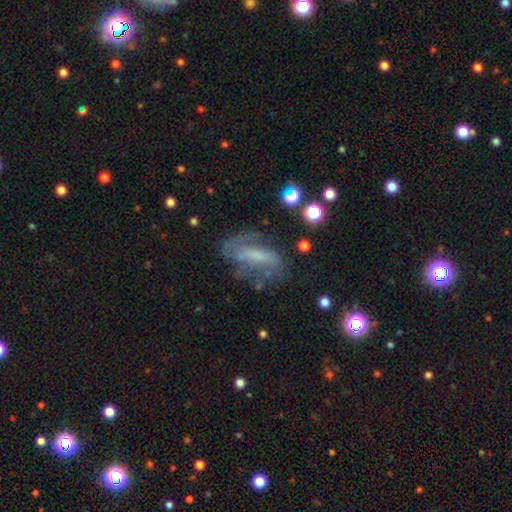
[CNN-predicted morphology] Q: Smooth or featured?
A: featured or disk (61%); runner-up: smooth (28%)
Q: Edge-on disk?
A: no (86%); runner-up: yes (14%)
Q: Bar?
A: strong (38%); runner-up: weak (34%)
Q: Spiral arms?
A: yes (69%); runner-up: no (31%)
Q: Bulge size?
A: none (35%); tied with: small (35%)
Q: Merging?
A: none (56%); runner-up: minor disturbance (22%)